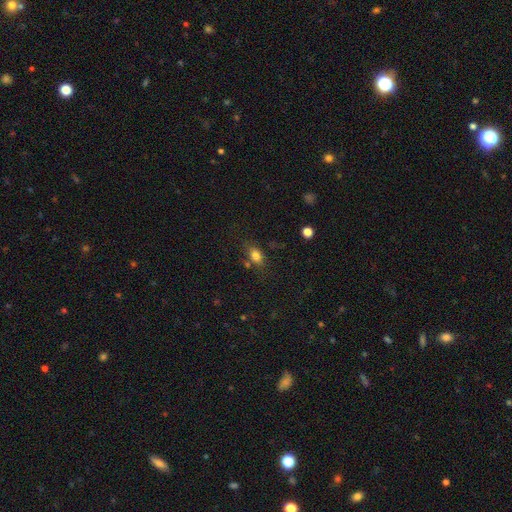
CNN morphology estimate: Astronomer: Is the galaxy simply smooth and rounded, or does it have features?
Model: smooth — 80%.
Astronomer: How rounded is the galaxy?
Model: in between — 77%.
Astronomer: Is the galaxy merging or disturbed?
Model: none — 70%.